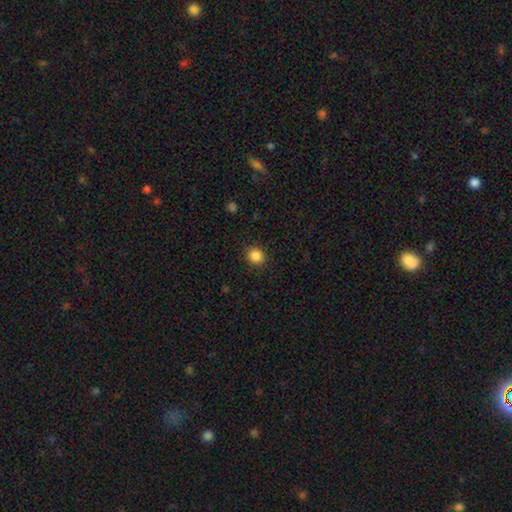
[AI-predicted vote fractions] smooth 87%, star or artifact 10%, featured or disk 3%. Down the decision tree: how rounded — round (83%); merging — none (90%).